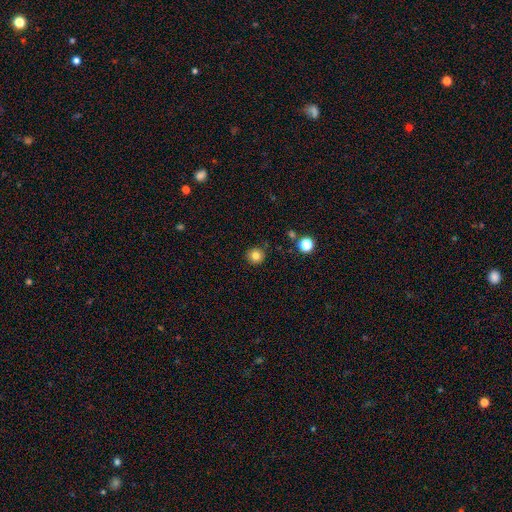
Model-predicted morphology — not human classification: Smooth or featured? Predicted: smooth (p=0.81). How rounded? Predicted: round (p=0.93). Merging? Predicted: none (p=0.89).